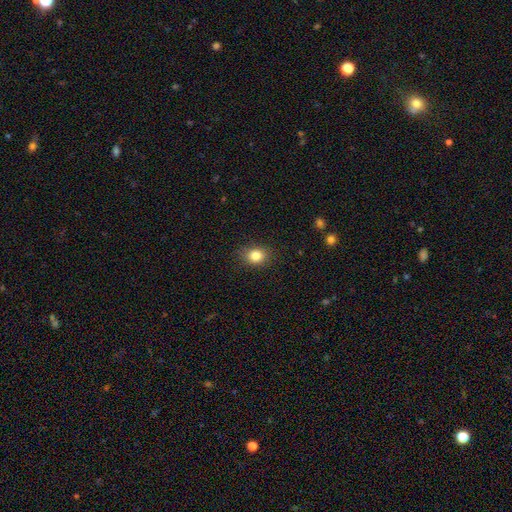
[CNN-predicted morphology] A smooth galaxy with no disk features (83%) that is round (57%). Merging: none (86%).